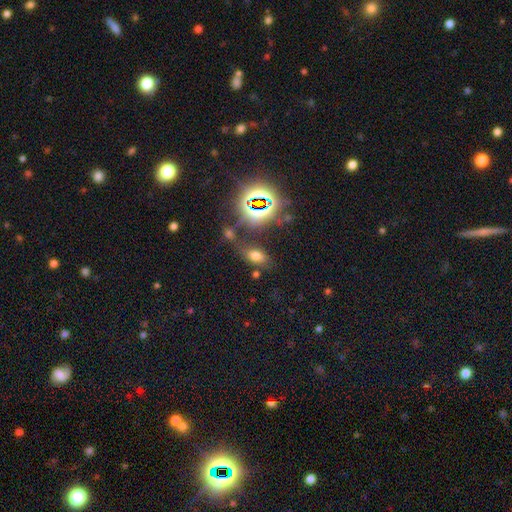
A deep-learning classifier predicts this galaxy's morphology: Smooth or featured?
  - smooth: 58% *
  - star or artifact: 30%
  - featured or disk: 11%
How rounded?
  - in between: 87% *
  - round: 9%
  - cigar-shaped: 4%
Merging?
  - none: 67% *
  - minor disturbance: 15%
  - merger: 10%
  - major disturbance: 8%